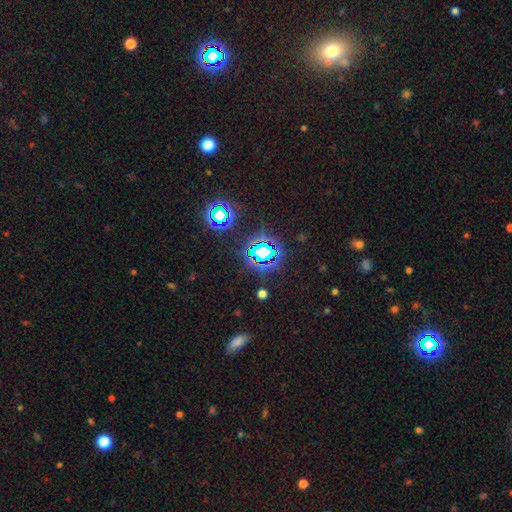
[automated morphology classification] This is likely a star or artifact rather than a galaxy (75%).